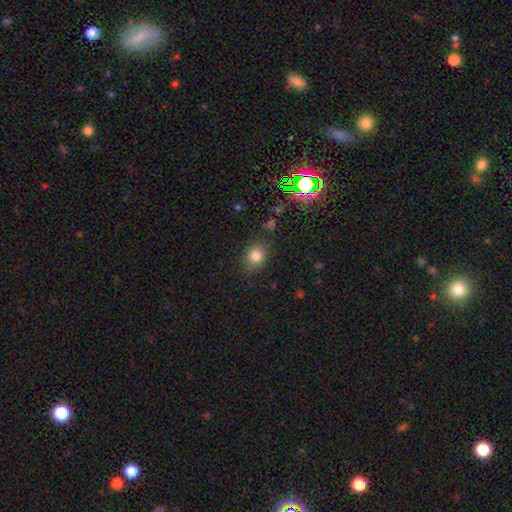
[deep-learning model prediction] Smooth or featured?
  - smooth: 80% *
  - star or artifact: 13%
  - featured or disk: 7%
How rounded?
  - round: 56% *
  - in between: 43%
  - cigar-shaped: 1%
Merging?
  - none: 81% *
  - minor disturbance: 13%
  - major disturbance: 4%
  - merger: 2%